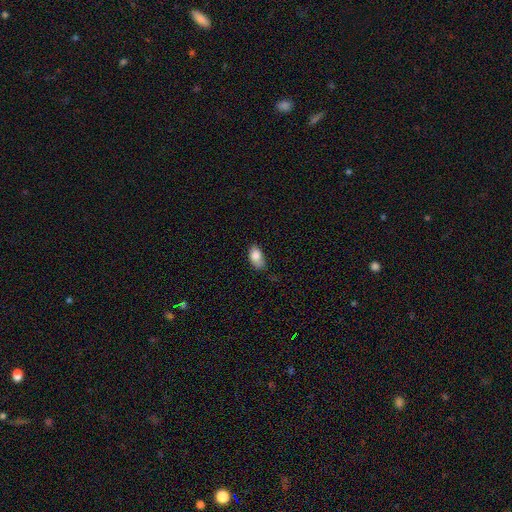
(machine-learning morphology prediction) Smooth or featured? smooth (84%)
How rounded? in between (91%)
Merging? none (59%)